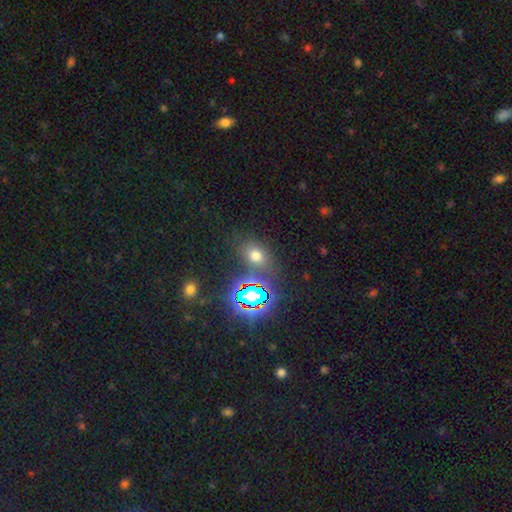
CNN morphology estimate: smooth_or_featured: smooth (p=0.60) [alt: star or artifact p=0.31]
how_rounded: in between (p=0.65) [alt: round p=0.33]
merging: none (p=0.75) [alt: minor disturbance p=0.12]